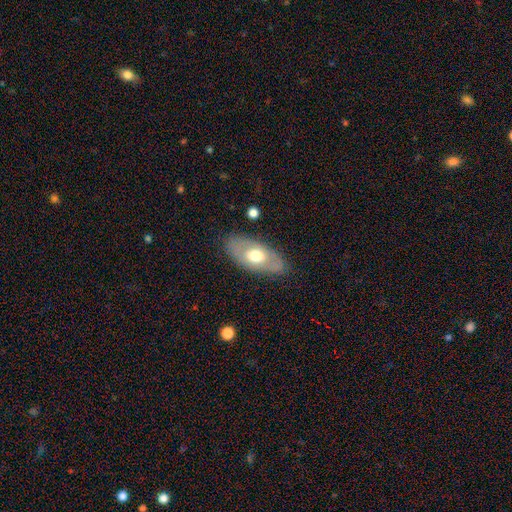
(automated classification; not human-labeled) Overall: smooth (52%; featured or disk 42%). How rounded: in between (91%). Merging: none (81%).